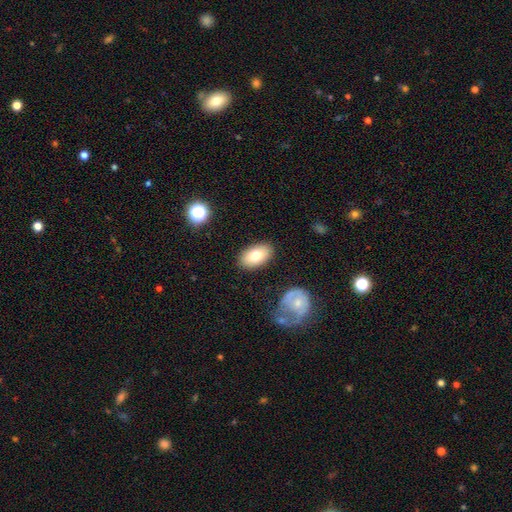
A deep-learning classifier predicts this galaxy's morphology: type=smooth (75%); roundness=in between (92%); merging=none (85%).